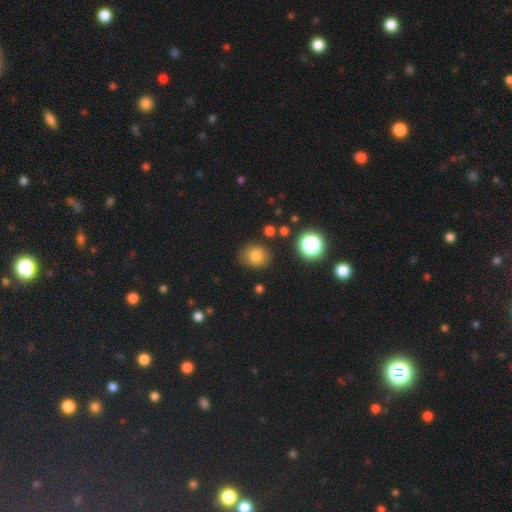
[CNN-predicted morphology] A smooth galaxy with no disk features (80%) that is round (75%).

Vote fractions:
- Smooth or featured? smooth: 80% / star or artifact: 14% / featured or disk: 6%
- How rounded? round: 75% / in between: 24% / cigar-shaped: 1%
- Merging? none: 80% / minor disturbance: 13% / major disturbance: 4% / merger: 3%